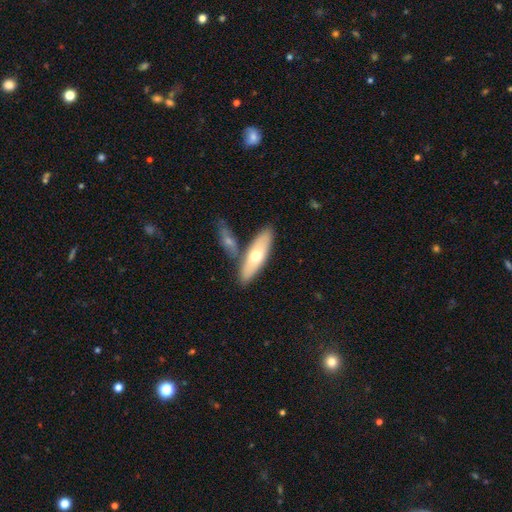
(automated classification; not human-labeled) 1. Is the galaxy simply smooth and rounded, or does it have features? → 59% smooth, 37% featured or disk, 5% star or artifact.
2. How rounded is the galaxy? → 50% in between, 48% cigar-shaped, 3% round.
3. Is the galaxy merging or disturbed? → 68% none, 19% merger, 10% minor disturbance, 3% major disturbance.